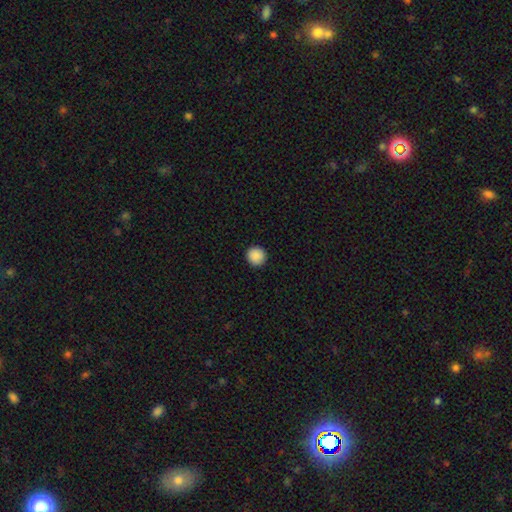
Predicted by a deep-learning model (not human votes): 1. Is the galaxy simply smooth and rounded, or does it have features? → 89% smooth, 8% star or artifact, 3% featured or disk.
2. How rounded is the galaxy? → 94% round, 5% in between, 1% cigar-shaped.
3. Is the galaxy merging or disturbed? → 93% none, 5% minor disturbance, 2% major disturbance, 1% merger.